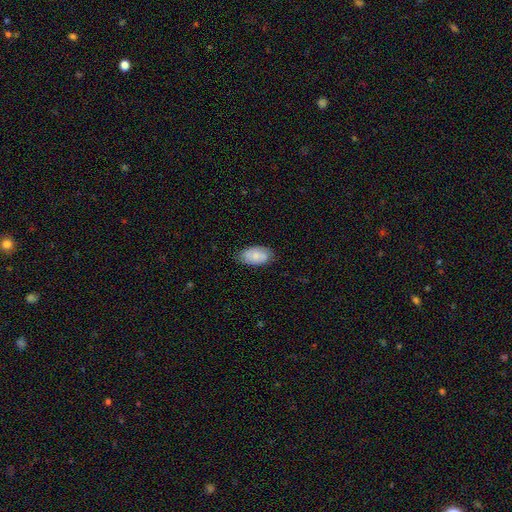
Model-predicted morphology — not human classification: Smooth or featured: smooth — 70% (featured or disk — 24%)
How rounded: in between — 94% (round — 5%)
Merging: none — 76% (minor disturbance — 19%)